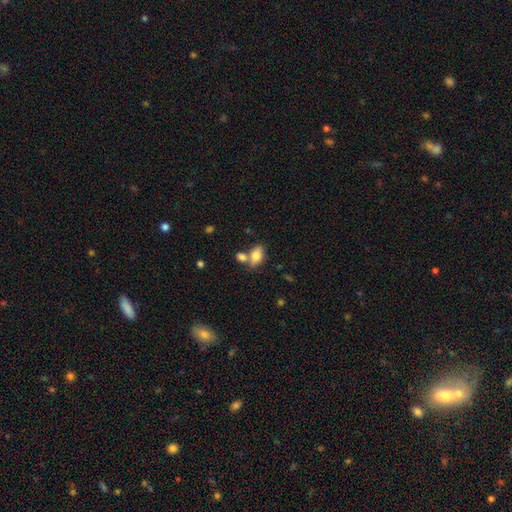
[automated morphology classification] This is likely a smooth galaxy (78%). How rounded: clearly in between (87%). Merging: possibly none (51%).